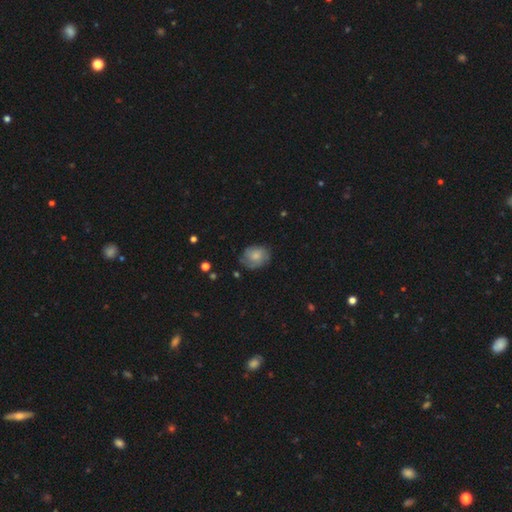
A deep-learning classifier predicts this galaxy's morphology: smooth_or_featured: smooth (p=0.64) [alt: featured or disk p=0.28]
how_rounded: round (p=0.53) [alt: in between p=0.46]
merging: none (p=0.66) [alt: minor disturbance p=0.25]